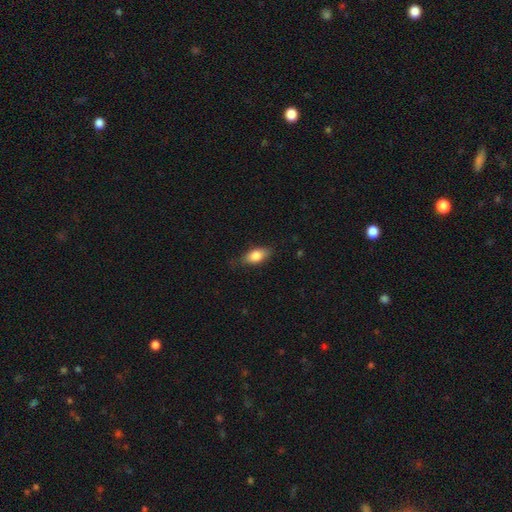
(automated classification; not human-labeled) Smooth or featured?
  - smooth: 79% *
  - featured or disk: 14%
  - star or artifact: 7%
How rounded?
  - in between: 85% *
  - cigar-shaped: 9%
  - round: 6%
Merging?
  - none: 74% *
  - minor disturbance: 20%
  - major disturbance: 4%
  - merger: 1%